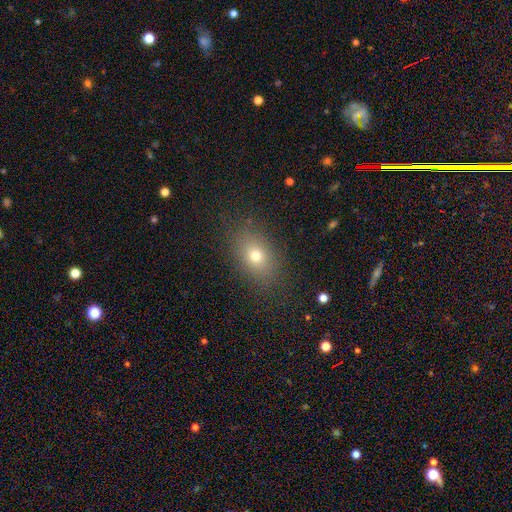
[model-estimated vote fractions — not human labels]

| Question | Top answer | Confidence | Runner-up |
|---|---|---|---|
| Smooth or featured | smooth | 70% | featured or disk (15%) |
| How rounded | in between | 76% | round (22%) |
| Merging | none | 84% | minor disturbance (10%) |